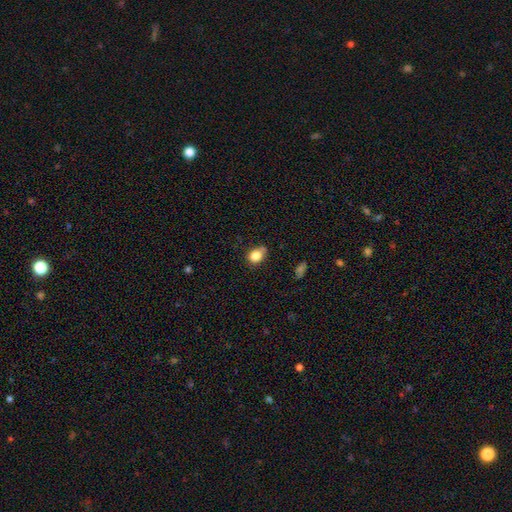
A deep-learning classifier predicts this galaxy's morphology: The model was most divided on "how rounded": round: 55%, in between: 43%, cigar-shaped: 1%. More confident: smooth or featured — smooth (83%); merging — none (61%).